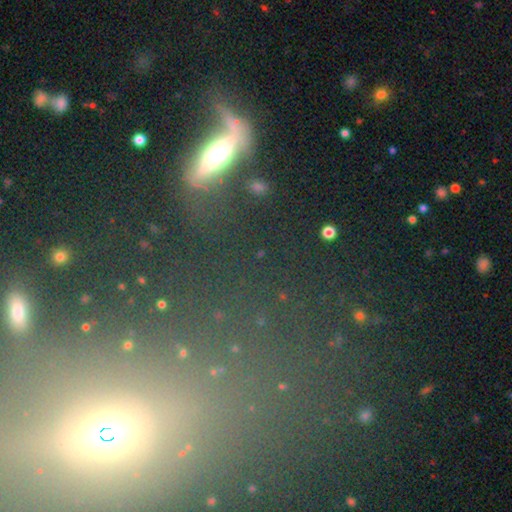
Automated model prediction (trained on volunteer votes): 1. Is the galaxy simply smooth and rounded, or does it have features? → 38% smooth, 34% featured or disk, 28% star or artifact.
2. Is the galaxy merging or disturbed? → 60% none, 15% minor disturbance, 13% merger, 13% major disturbance.